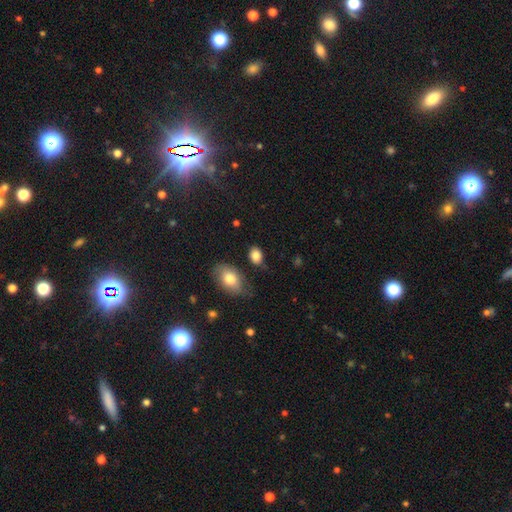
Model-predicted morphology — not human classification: Smooth or featured? smooth (84%)
How rounded? in between (77%)
Merging? none (76%)